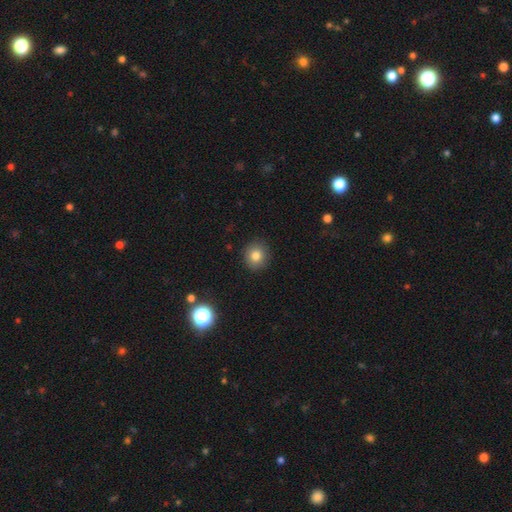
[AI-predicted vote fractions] Smooth or featured? smooth (80%)
How rounded? round (87%)
Merging? none (90%)